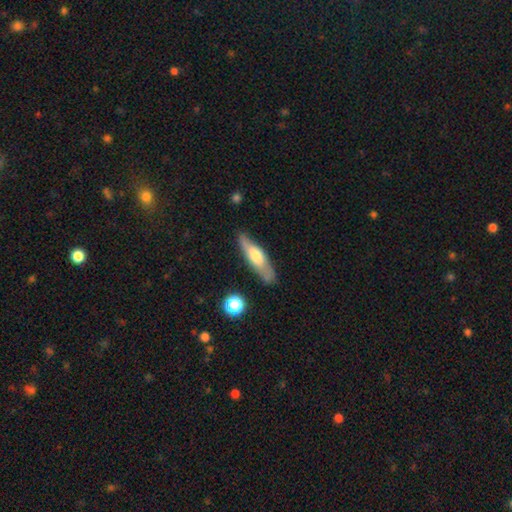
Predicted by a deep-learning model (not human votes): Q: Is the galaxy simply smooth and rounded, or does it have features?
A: smooth — 52%.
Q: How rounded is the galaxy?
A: cigar-shaped — 62%.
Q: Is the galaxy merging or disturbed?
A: none — 79%.